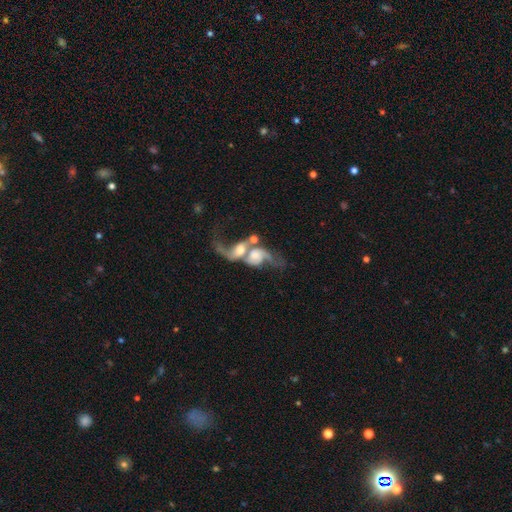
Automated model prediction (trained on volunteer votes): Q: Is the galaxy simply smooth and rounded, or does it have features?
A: featured or disk — 73%.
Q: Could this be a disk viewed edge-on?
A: no — 96%.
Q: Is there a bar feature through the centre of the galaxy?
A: no — 64%.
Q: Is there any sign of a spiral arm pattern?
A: yes — 85%.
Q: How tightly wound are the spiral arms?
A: loose — 75%.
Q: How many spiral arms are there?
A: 2 — 69%.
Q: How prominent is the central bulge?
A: moderate — 43%.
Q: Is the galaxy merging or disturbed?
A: merger — 76%.